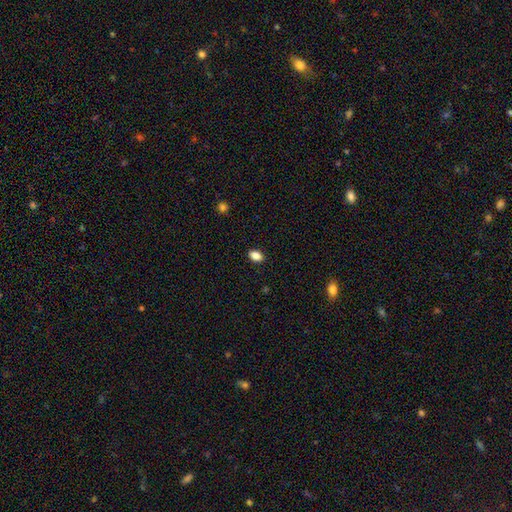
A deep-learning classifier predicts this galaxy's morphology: This appears to be a smooth galaxy with no disk features (87%) that is in between round and cigar-shaped (85%). Merging: none (89%).